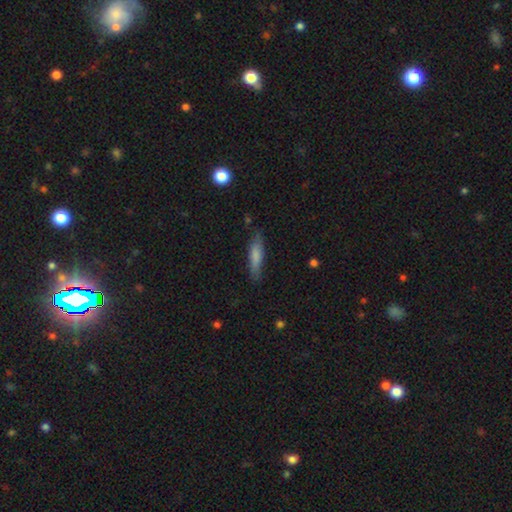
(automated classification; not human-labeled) smooth 76%, featured or disk 18%, star or artifact 6%. Down the decision tree: how rounded — cigar-shaped (74%); merging — none (78%).